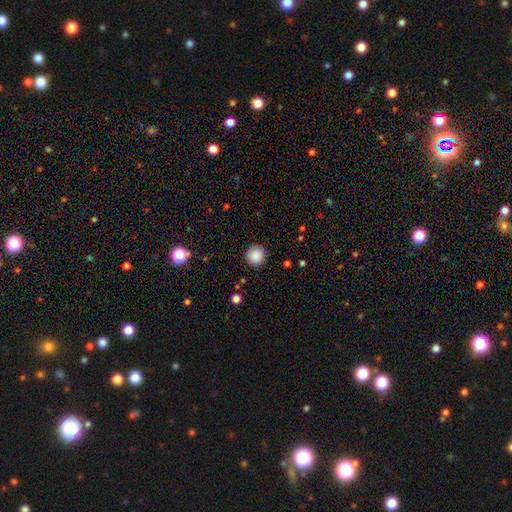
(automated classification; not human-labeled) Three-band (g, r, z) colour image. It shows a smooth galaxy with no disk features (87%) that is round (94%). Merging: none (89%).